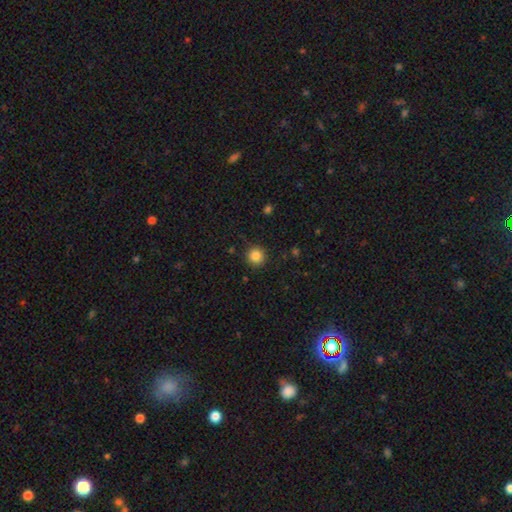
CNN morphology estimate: Smooth or featured: smooth — 85% (star or artifact — 10%)
How rounded: round — 95% (in between — 4%)
Merging: none — 89% (minor disturbance — 8%)